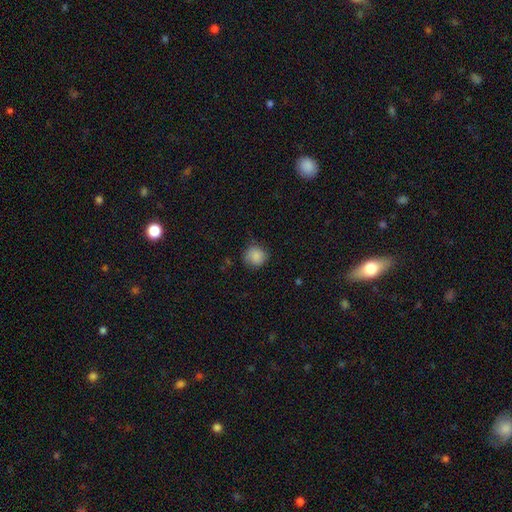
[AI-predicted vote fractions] This appears to be a smooth galaxy with no disk features (87%) that is round (88%). Merging: none (76%).